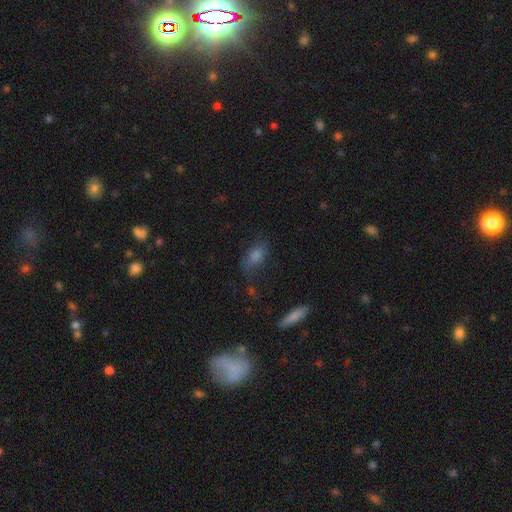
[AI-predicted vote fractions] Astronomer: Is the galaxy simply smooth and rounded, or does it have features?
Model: smooth — 65%.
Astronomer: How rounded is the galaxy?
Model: in between — 79%.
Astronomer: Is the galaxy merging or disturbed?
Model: none — 66%.